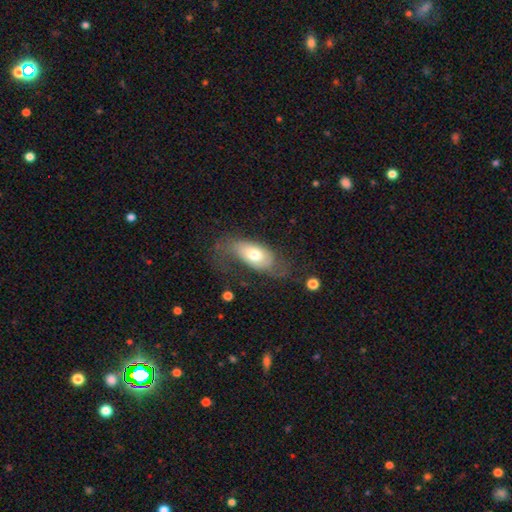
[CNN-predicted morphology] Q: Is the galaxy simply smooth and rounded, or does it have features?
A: featured or disk — 47%.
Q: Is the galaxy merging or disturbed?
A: none — 49%.